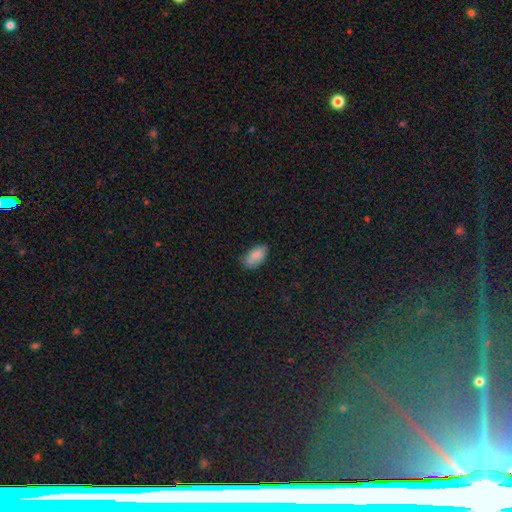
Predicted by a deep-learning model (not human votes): Morphology: type=smooth (82%); roundness=in between (94%); merging=none (66%).